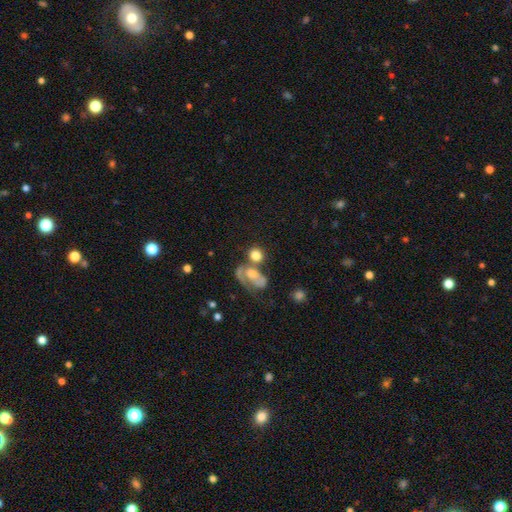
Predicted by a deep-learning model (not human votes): Smooth or featured: smooth — 72% (featured or disk — 18%)
How rounded: round — 74% (in between — 25%)
Merging: none — 40% (merger — 37%)